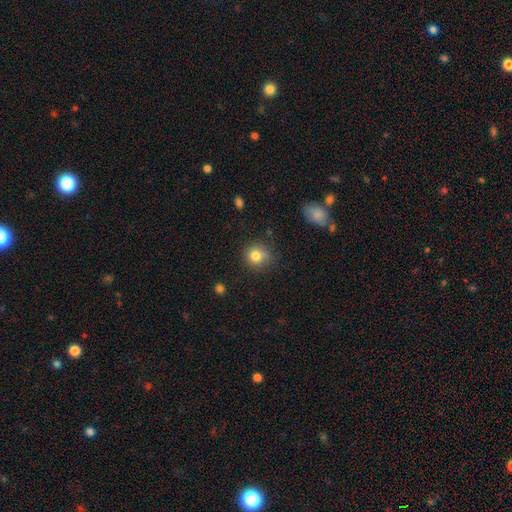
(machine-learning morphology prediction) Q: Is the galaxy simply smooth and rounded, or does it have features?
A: smooth — 81%.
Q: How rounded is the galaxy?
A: round — 87%.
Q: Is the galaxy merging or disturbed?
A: none — 76%.